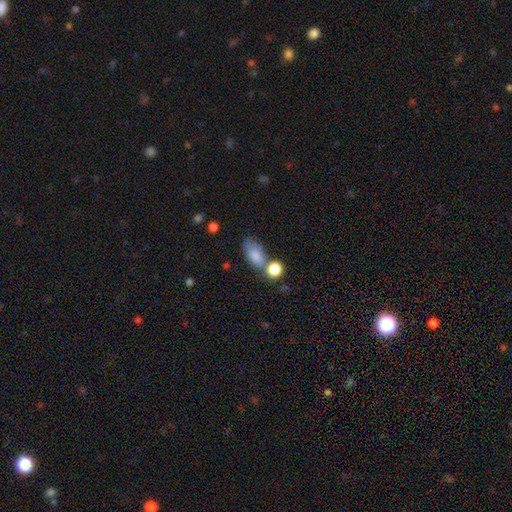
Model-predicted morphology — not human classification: This is clearly a smooth galaxy (82%). How rounded: clearly in between (87%). Merging: possibly none (45%).